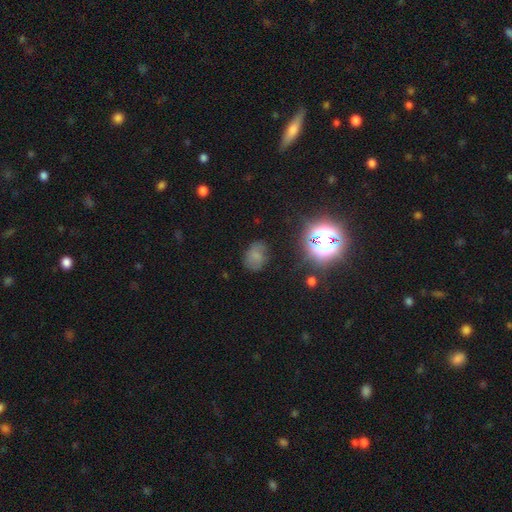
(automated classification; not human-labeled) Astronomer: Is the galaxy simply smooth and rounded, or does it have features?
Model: smooth — 62%.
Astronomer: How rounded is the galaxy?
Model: in between — 56% (runner-up: round, 43%).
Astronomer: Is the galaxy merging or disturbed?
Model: none — 67%.